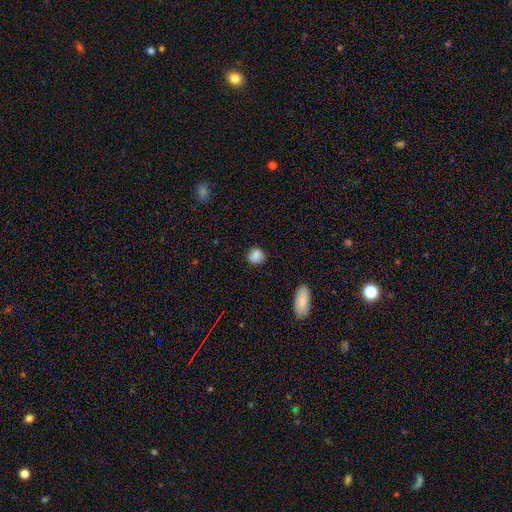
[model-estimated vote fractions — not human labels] This appears to be a smooth galaxy with no disk features (86%) that is round (70%). Merging: none (81%).